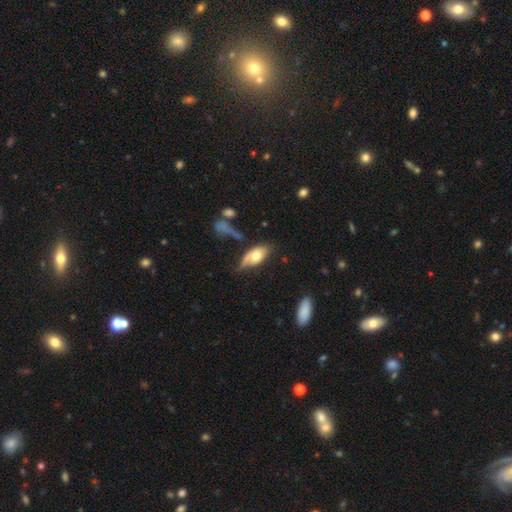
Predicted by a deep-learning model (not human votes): Q: Smooth or featured?
A: smooth (62%); runner-up: featured or disk (31%)
Q: How rounded?
A: in between (90%); runner-up: cigar-shaped (5%)
Q: Merging?
A: minor disturbance (33%); runner-up: none (31%)